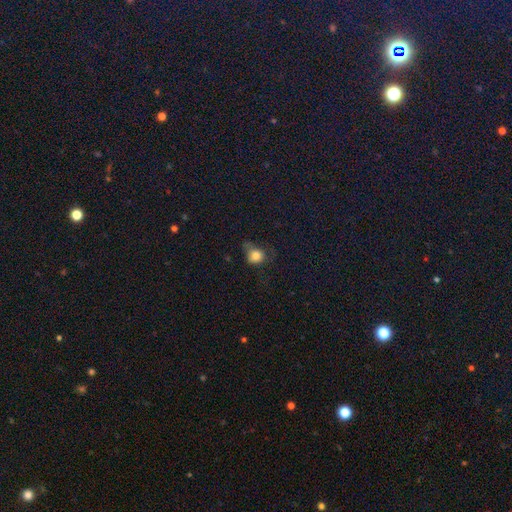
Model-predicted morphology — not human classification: Overall: smooth (80%). How rounded: round (73%). Merging: none (43%; minor disturbance 33%).